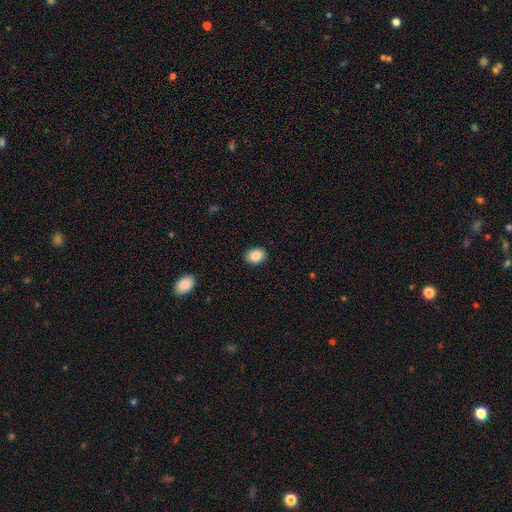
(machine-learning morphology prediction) smooth-or-featured: smooth: 89% | star or artifact: 8% | featured or disk: 3%
  how-rounded: in between: 60% | round: 40% | cigar-shaped: 1%
  merging: none: 89% | minor disturbance: 8% | major disturbance: 2% | merger: 1%